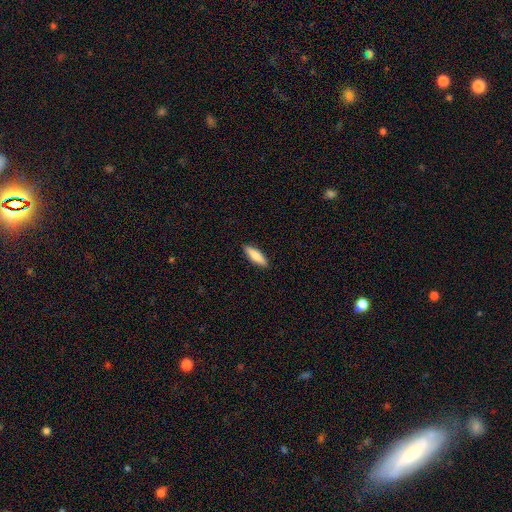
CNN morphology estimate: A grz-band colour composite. It shows a smooth galaxy with no disk features (79%) that is cigar-shaped (55%). Merging: none (90%).